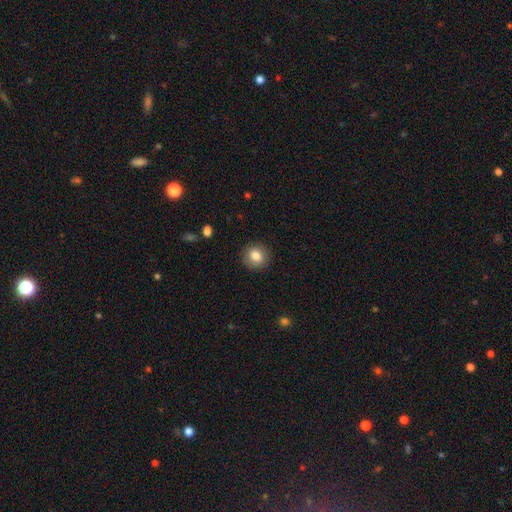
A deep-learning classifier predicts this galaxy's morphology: This appears to be a smooth galaxy with no disk features (83%) that is round (85%). Merging: none (89%).